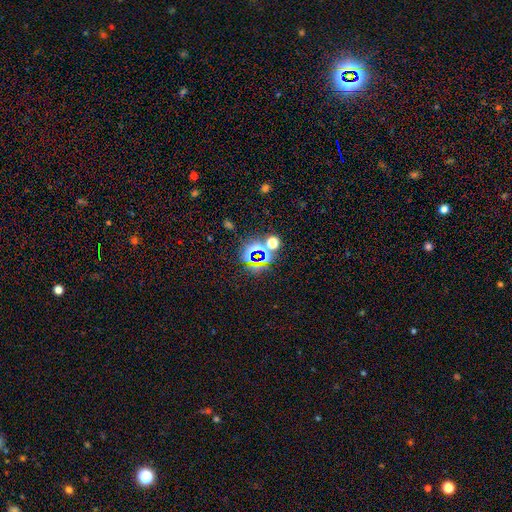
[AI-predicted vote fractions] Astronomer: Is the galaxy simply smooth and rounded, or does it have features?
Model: star or artifact — 72%.